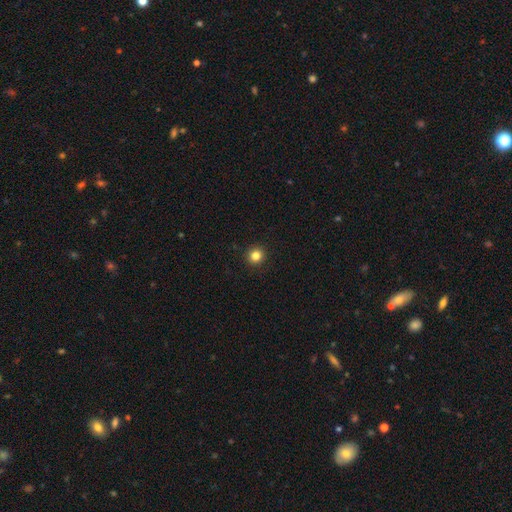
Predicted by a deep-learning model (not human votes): Smooth or featured: smooth — 83% (star or artifact — 12%)
How rounded: round — 93% (in between — 6%)
Merging: none — 93% (minor disturbance — 4%)